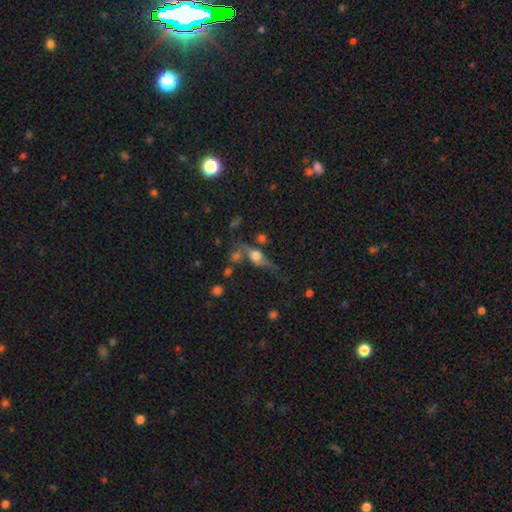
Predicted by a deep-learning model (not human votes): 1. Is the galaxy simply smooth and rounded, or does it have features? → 45% smooth, 40% featured or disk, 15% star or artifact.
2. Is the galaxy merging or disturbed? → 43% none, 19% minor disturbance, 19% major disturbance, 19% merger.